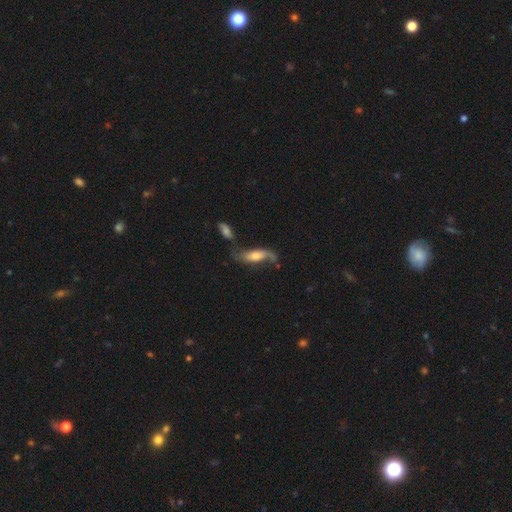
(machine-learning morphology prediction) The model was most divided on "merging": none: 43%, minor disturbance: 22%, major disturbance: 18%, merger: 17%. More confident: edge-on disk — no (76%); smooth or featured — featured or disk (58%).